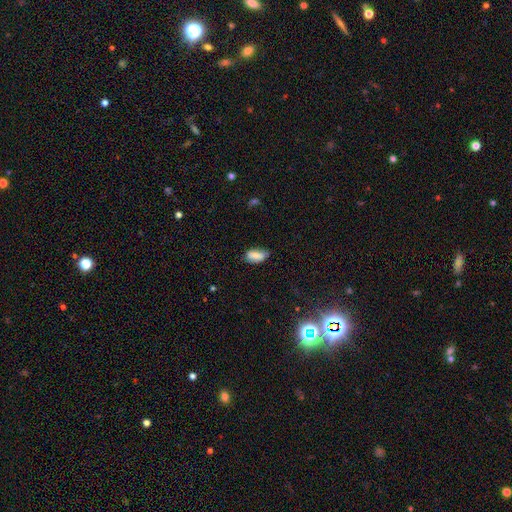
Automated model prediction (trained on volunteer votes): smooth_or_featured: smooth (p=0.80) [alt: featured or disk p=0.11]
how_rounded: in between (p=0.86) [alt: cigar-shaped p=0.10]
merging: none (p=0.61) [alt: minor disturbance p=0.30]